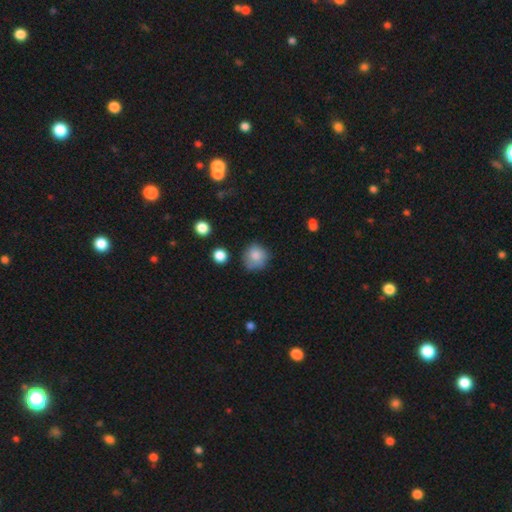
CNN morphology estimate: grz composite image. It shows a smooth galaxy with no disk features (81%) that is round (84%). Merging: none (64%).